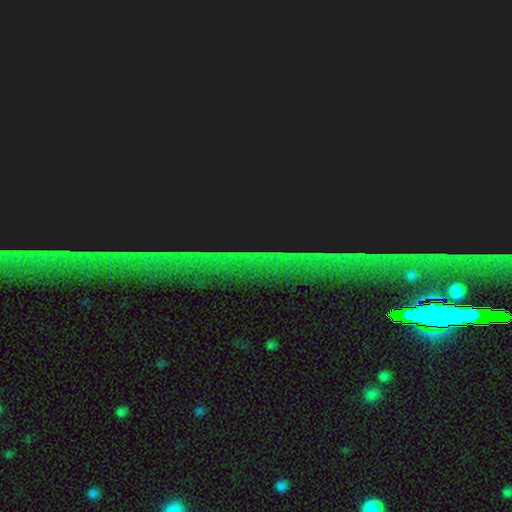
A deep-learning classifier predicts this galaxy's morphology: This appears to be a star or artifact, not a galaxy (83%).